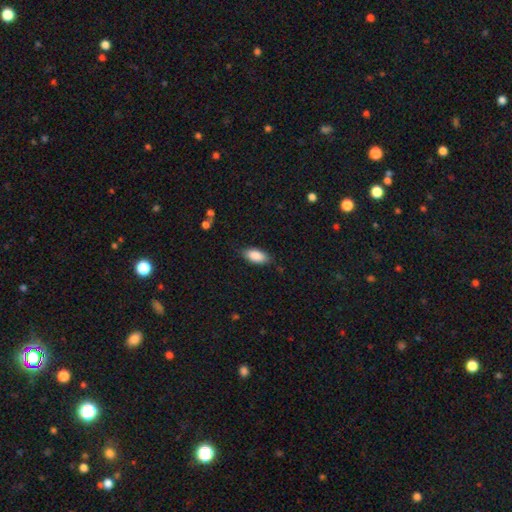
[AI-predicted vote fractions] A smooth galaxy with no disk features (88%) that is in between round and cigar-shaped (90%). Merging: none (82%).